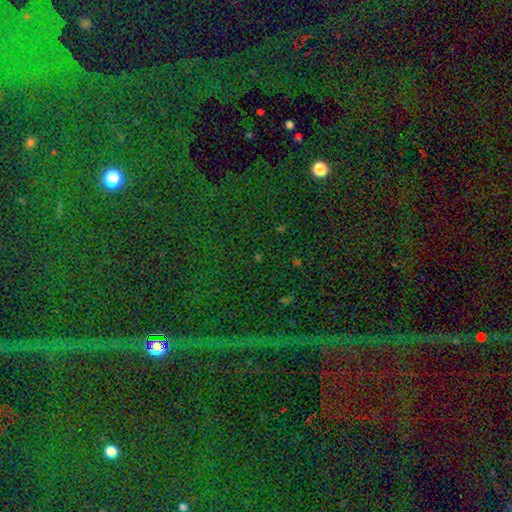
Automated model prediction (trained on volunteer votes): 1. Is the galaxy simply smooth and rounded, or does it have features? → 84% star or artifact, 8% smooth, 8% featured or disk.